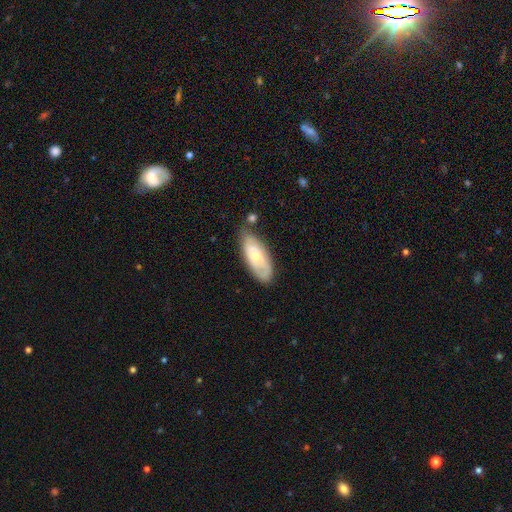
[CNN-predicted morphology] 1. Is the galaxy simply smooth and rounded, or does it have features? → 54% featured or disk, 40% smooth, 6% star or artifact.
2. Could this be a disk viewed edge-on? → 86% no, 14% yes.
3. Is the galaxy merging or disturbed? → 67% none, 23% minor disturbance, 5% major disturbance, 5% merger.